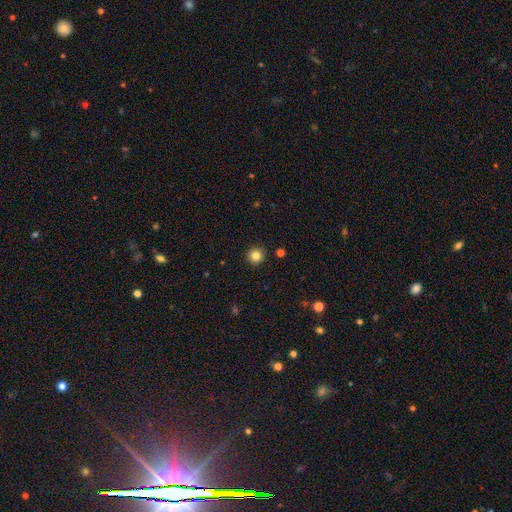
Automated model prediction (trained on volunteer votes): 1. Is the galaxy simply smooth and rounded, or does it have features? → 83% smooth, 11% star or artifact, 5% featured or disk.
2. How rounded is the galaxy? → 95% round, 4% in between, 1% cigar-shaped.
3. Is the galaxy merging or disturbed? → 92% none, 5% minor disturbance, 2% major disturbance, 1% merger.